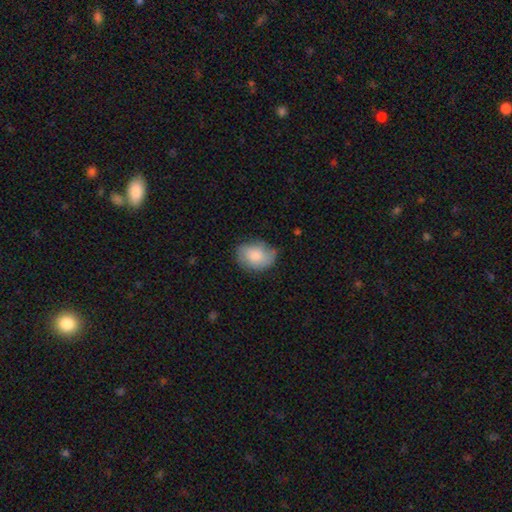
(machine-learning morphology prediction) The model was most divided on "how rounded": in between: 68%, round: 31%, cigar-shaped: 1%. More confident: smooth or featured — smooth (77%); merging — none (65%).